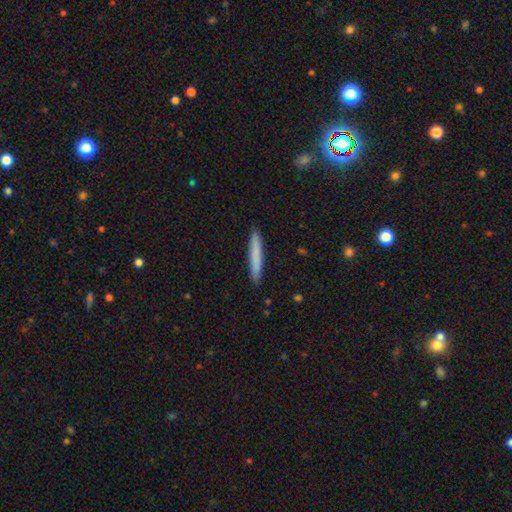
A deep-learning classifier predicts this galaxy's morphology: A smooth galaxy with no disk features (75%) that is cigar-shaped (96%). Merging: none (91%).